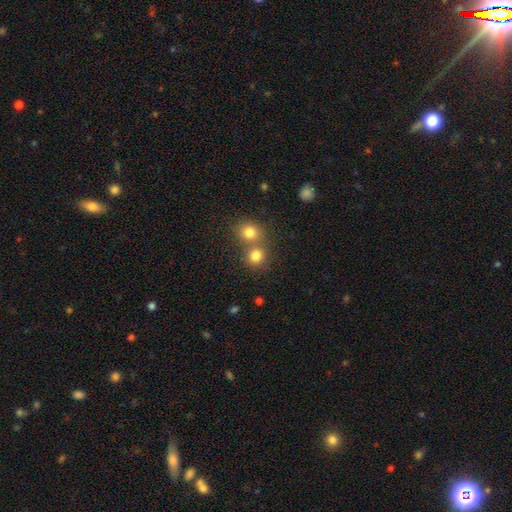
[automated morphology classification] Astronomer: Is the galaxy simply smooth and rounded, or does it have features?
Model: smooth — 80%.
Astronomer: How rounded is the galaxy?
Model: round — 84%.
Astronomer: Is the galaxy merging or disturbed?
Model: none — 51% (runner-up: merger, 40%).